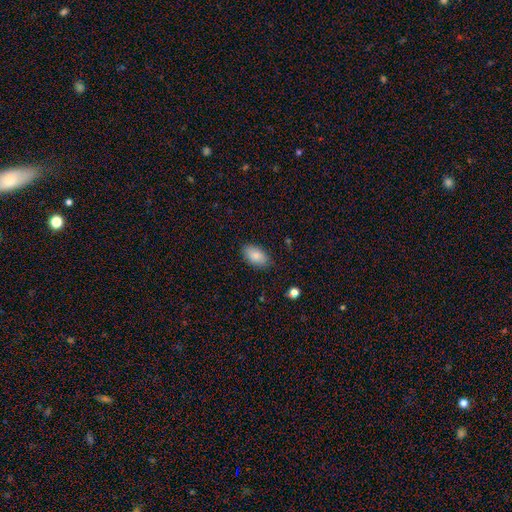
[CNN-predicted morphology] Smooth or featured: smooth — 85% (featured or disk — 8%)
How rounded: in between — 94% (round — 4%)
Merging: none — 82% (minor disturbance — 14%)